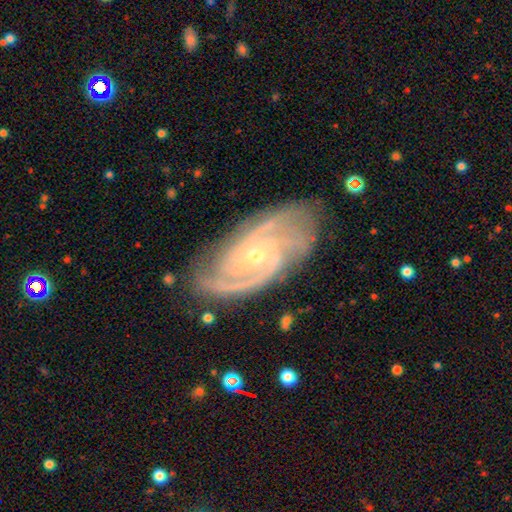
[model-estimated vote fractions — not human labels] A featured or disk galaxy (92%) with no bar (55%), 2 (34%) tight (62%) spiral arms (99%) and a small central bulge (76%).

Vote fractions:
- Smooth or featured? featured or disk: 92% / star or artifact: 5% / smooth: 3%
- Edge-on disk? no: 97% / yes: 3%
- Bar? no: 55% / weak: 33% / strong: 11%
- Spiral arms? yes: 99% / no: 1%
- Spiral winding? tight: 62% / medium: 33% / loose: 4%
- Spiral arm count? 2: 34% / 3: 33% / 4: 12% / can't tell: 11% / more than 4: 6% / 1: 6%
- Bulge size? small: 76% / moderate: 21% / none: 1% / large: 1% / dominant: 1%
- Merging? none: 78% / minor disturbance: 17% / major disturbance: 4% / merger: 1%